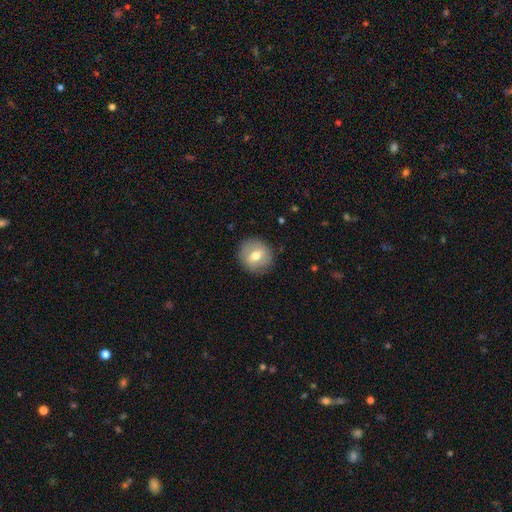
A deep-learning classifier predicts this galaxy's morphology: smooth-or-featured: smooth: 61% | featured or disk: 31% | star or artifact: 8%
  how-rounded: round: 87% | in between: 12% | cigar-shaped: 1%
  merging: none: 87% | minor disturbance: 9% | major disturbance: 3% | merger: 1%